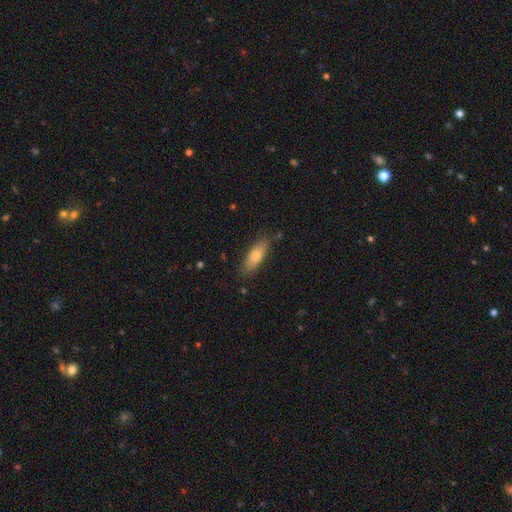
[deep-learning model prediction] Smooth or featured?
  - smooth: 77% *
  - featured or disk: 17%
  - star or artifact: 7%
How rounded?
  - in between: 58% *
  - cigar-shaped: 40%
  - round: 2%
Merging?
  - none: 80% *
  - minor disturbance: 15%
  - major disturbance: 3%
  - merger: 2%